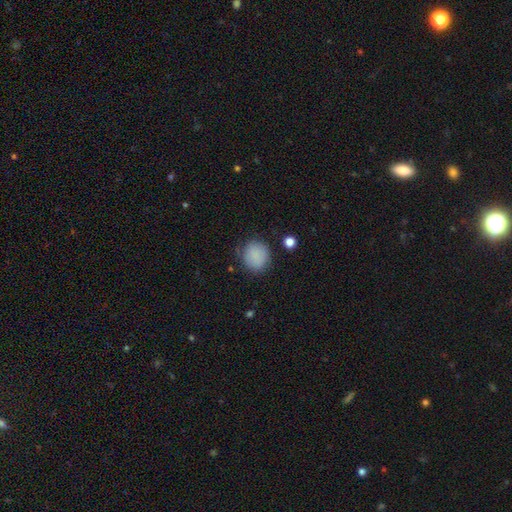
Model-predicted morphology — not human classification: This is clearly a smooth galaxy (87%). How rounded: clearly round (82%). Merging: likely none (78%).